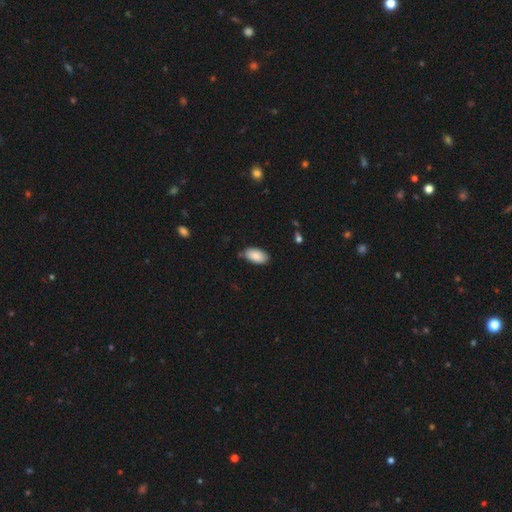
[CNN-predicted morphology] Smooth or featured? smooth (88%)
How rounded? in between (95%)
Merging? none (74%)